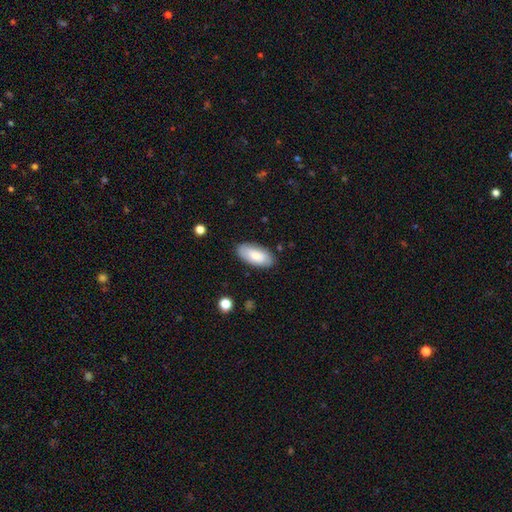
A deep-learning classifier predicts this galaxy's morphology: type=smooth (76%); roundness=in between (93%); merging=none (84%).